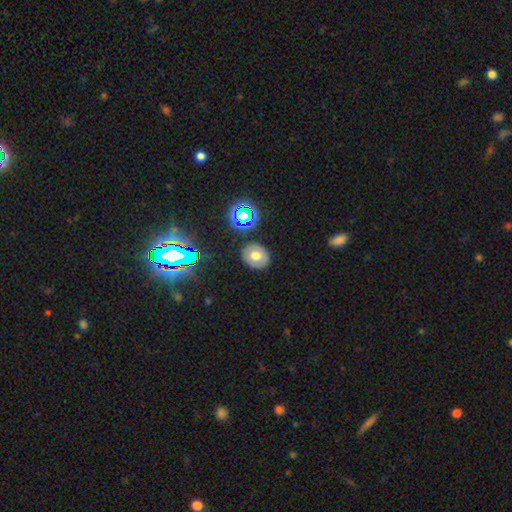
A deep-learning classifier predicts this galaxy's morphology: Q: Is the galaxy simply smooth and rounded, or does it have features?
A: smooth — 63%.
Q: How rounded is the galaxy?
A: round — 55%.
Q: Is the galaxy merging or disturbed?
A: none — 86%.